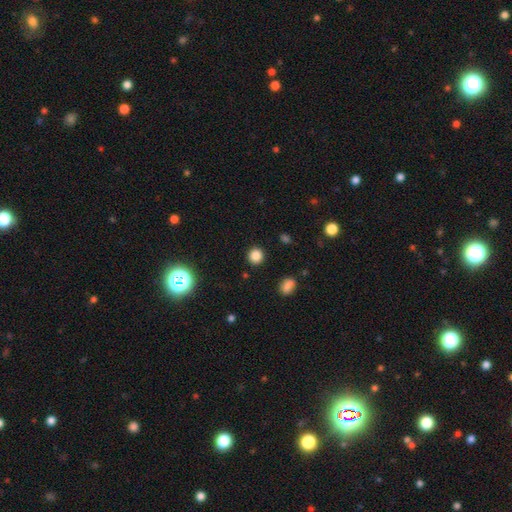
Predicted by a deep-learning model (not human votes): smooth-or-featured: smooth: 83% | star or artifact: 13% | featured or disk: 4%
  how-rounded: round: 90% | in between: 9% | cigar-shaped: 1%
  merging: none: 91% | minor disturbance: 5% | major disturbance: 2% | merger: 2%